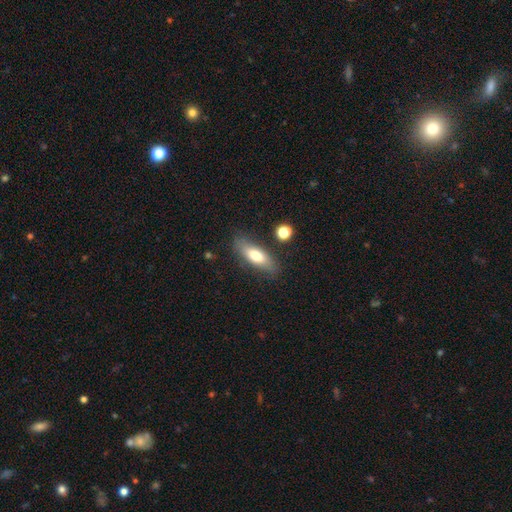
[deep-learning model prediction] Smooth or featured: smooth — 70% (featured or disk — 23%)
How rounded: in between — 62% (cigar-shaped — 35%)
Merging: none — 78% (minor disturbance — 15%)